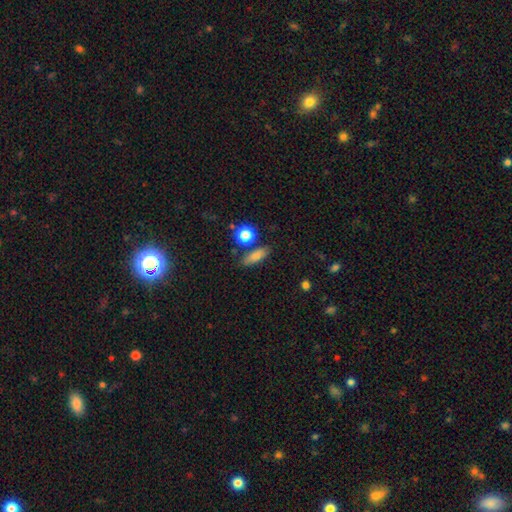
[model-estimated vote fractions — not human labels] A smooth galaxy with no disk features (81%) that is in between round and cigar-shaped (51%). Merging: none (78%).